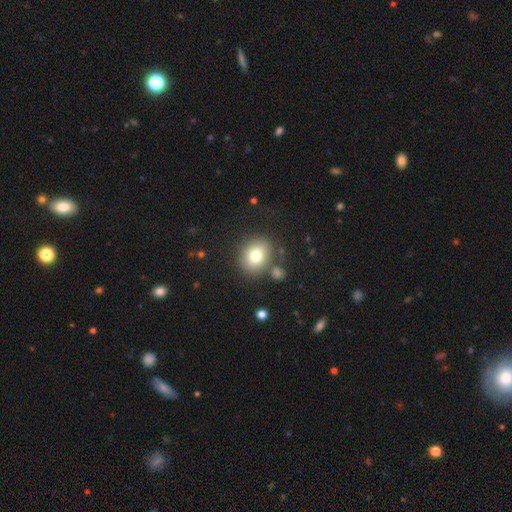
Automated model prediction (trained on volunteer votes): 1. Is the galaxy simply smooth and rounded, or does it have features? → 77% smooth, 12% featured or disk, 11% star or artifact.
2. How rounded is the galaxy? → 64% round, 35% in between, 1% cigar-shaped.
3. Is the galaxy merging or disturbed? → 77% none, 11% minor disturbance, 8% merger, 4% major disturbance.